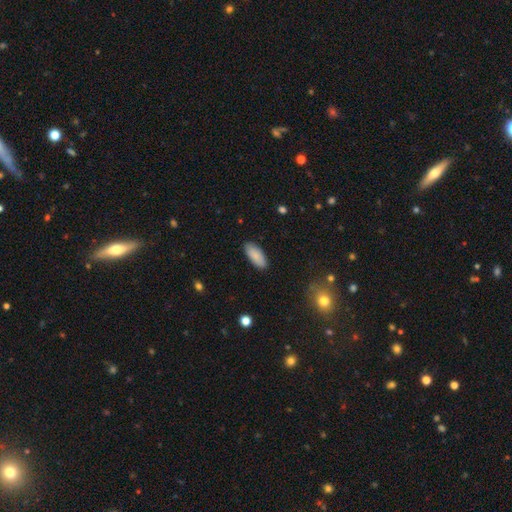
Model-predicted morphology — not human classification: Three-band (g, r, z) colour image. It shows a smooth galaxy with no disk features (88%) that is in between round and cigar-shaped (84%). Merging: none (89%).